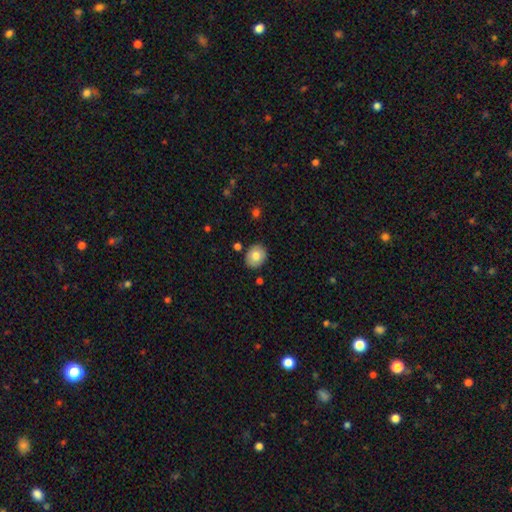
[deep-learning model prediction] Smooth or featured? smooth (77%)
How rounded? round (55%)
Merging? none (87%)